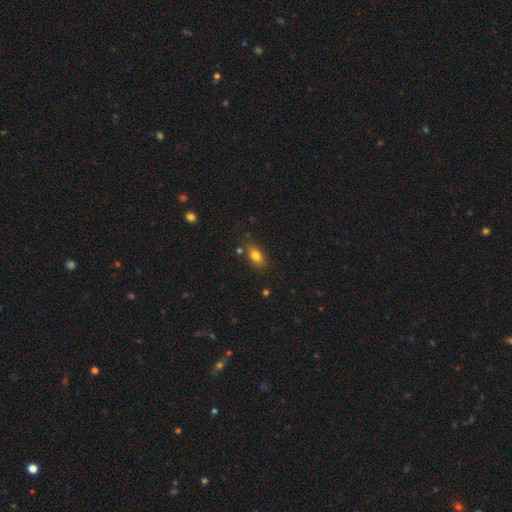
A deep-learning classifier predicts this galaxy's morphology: smooth 80%, featured or disk 10%, star or artifact 10%. Down the decision tree: how rounded — in between (82%); merging — none (78%).